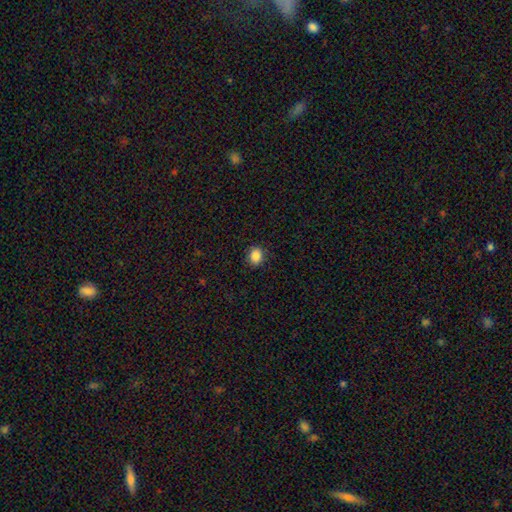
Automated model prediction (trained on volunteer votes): A smooth galaxy with no disk features (87%) that is round (54%). Merging: none (87%).